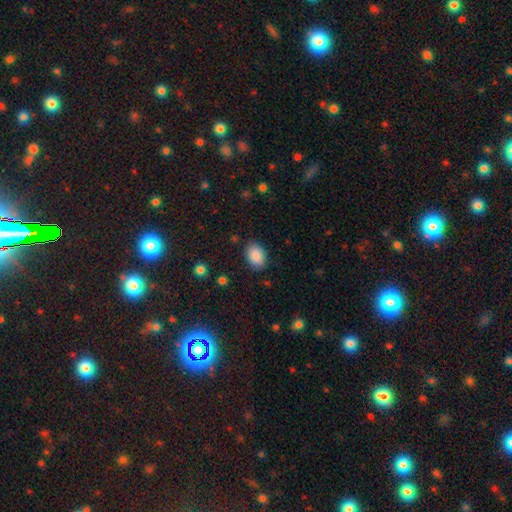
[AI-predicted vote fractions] Smooth or featured? Predicted: smooth (p=0.89). How rounded? Predicted: in between (p=0.83). Merging? Predicted: none (p=0.86).